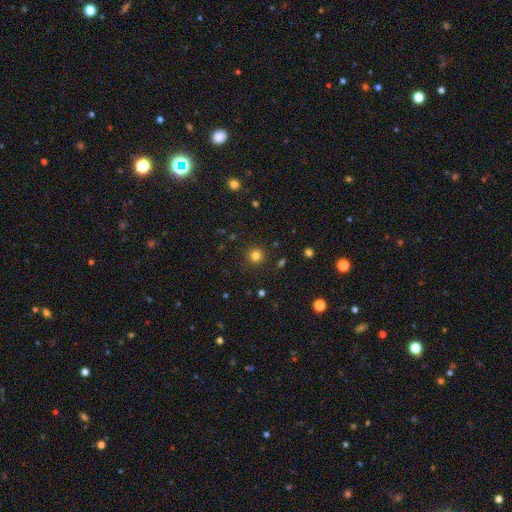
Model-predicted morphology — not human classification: Smooth or featured?
  - smooth: 80% *
  - star or artifact: 15%
  - featured or disk: 5%
How rounded?
  - round: 94% *
  - in between: 5%
  - cigar-shaped: 1%
Merging?
  - none: 90% *
  - minor disturbance: 6%
  - major disturbance: 2%
  - merger: 1%